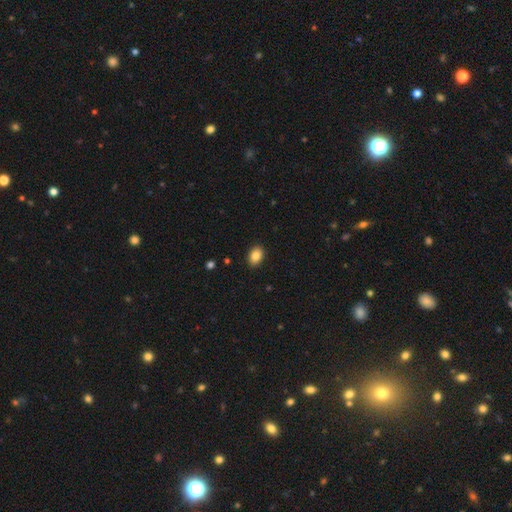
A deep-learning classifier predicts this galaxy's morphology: This is clearly a smooth galaxy (86%). How rounded: likely in between (80%). Merging: clearly none (89%).